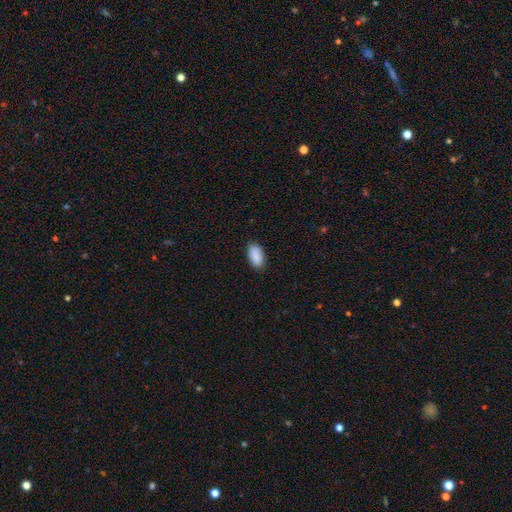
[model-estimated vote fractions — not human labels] smooth-or-featured: smooth: 90% | star or artifact: 7% | featured or disk: 3%
  how-rounded: in between: 94% | round: 3% | cigar-shaped: 2%
  merging: none: 86% | minor disturbance: 11% | major disturbance: 2% | merger: 1%